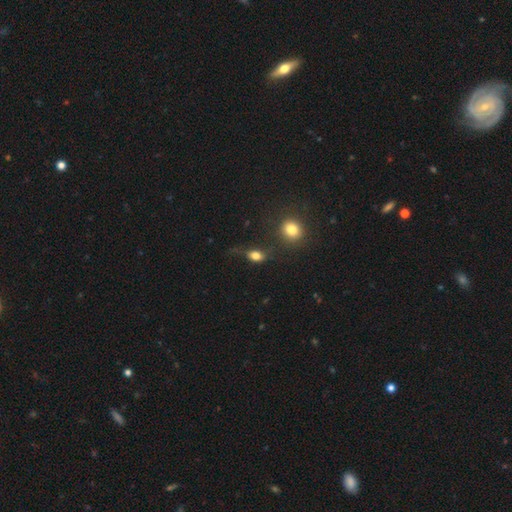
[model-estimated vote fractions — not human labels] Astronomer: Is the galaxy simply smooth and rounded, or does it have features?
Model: smooth — 77%.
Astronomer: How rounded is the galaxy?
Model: in between — 73%.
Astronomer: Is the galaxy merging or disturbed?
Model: none — 46% (runner-up: major disturbance, 23%).